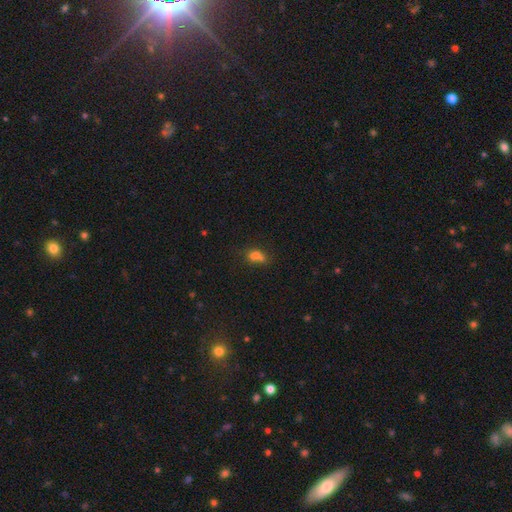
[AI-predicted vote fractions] smooth_or_featured: smooth (p=0.68) [alt: star or artifact p=0.17]
how_rounded: in between (p=0.71) [alt: round p=0.22]
merging: none (p=0.37) [alt: merger p=0.29]